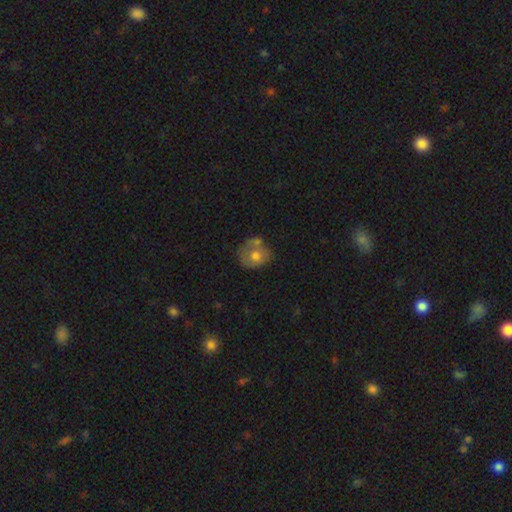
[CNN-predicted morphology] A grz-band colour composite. It shows a smooth galaxy with no disk features (61%) that is round (69%). Merging: none (45%).